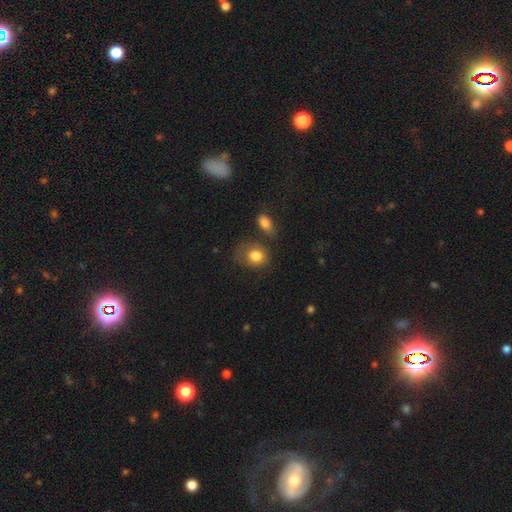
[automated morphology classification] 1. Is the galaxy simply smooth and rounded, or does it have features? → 80% smooth, 12% featured or disk, 8% star or artifact.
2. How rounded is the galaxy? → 53% round, 46% in between, 1% cigar-shaped.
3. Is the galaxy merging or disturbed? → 50% none, 25% minor disturbance, 13% major disturbance, 12% merger.